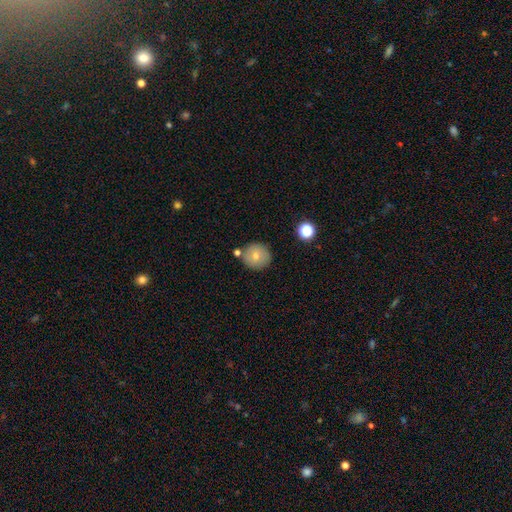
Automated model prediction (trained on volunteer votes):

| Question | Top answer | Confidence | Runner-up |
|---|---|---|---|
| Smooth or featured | smooth | 75% | featured or disk (16%) |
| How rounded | round | 92% | in between (7%) |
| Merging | none | 79% | minor disturbance (11%) |